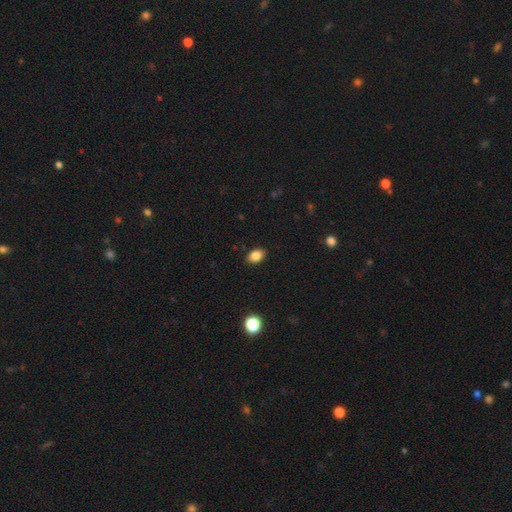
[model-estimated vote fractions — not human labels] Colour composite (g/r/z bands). It shows a smooth galaxy with no disk features (86%) that is in between round and cigar-shaped (80%). Merging: none (89%).